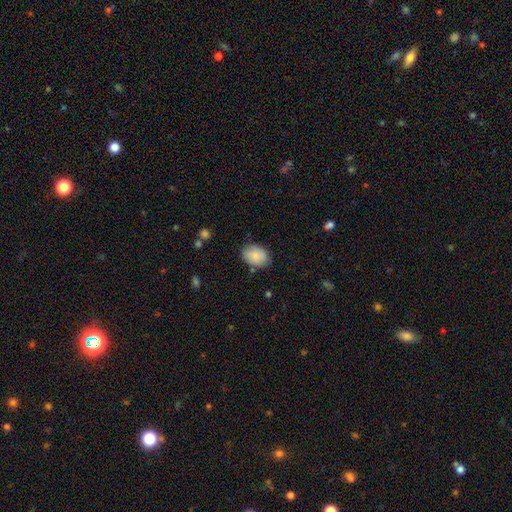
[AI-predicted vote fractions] Overall: smooth (84%). How rounded: in between (72%). Merging: none (77%).